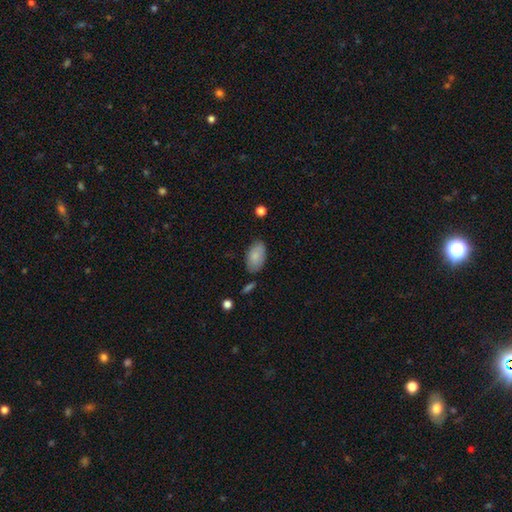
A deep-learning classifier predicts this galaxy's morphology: smooth 82%, featured or disk 12%, star or artifact 6%. Down the decision tree: how rounded — in between (94%); merging — none (76%).